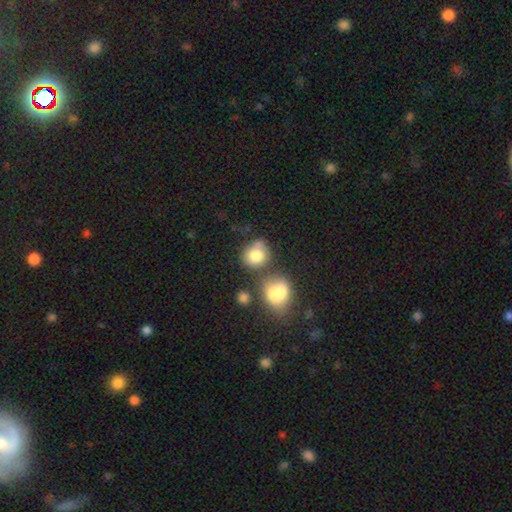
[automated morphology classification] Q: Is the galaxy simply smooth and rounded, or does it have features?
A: smooth — 79%.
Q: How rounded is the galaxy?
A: round — 74%.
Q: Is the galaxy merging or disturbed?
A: none — 49%.